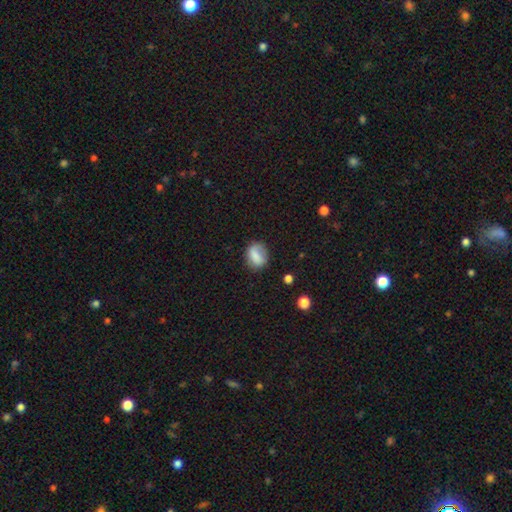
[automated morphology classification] smooth 79%, featured or disk 12%, star or artifact 9%. Down the decision tree: how rounded — in between (61%); merging — none (67%).